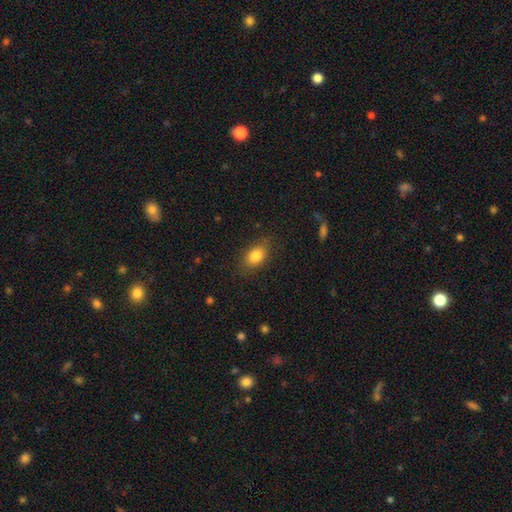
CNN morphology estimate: smooth-or-featured: smooth: 83% | star or artifact: 9% | featured or disk: 9%
  how-rounded: in between: 82% | round: 15% | cigar-shaped: 3%
  merging: none: 80% | minor disturbance: 14% | major disturbance: 4% | merger: 1%